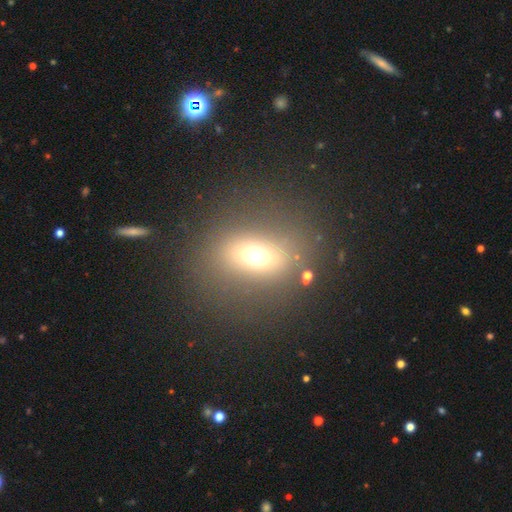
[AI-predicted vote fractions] smooth-or-featured: smooth: 63% | star or artifact: 20% | featured or disk: 18%
  how-rounded: in between: 54% | round: 42% | cigar-shaped: 4%
  merging: none: 80% | minor disturbance: 10% | major disturbance: 7% | merger: 3%